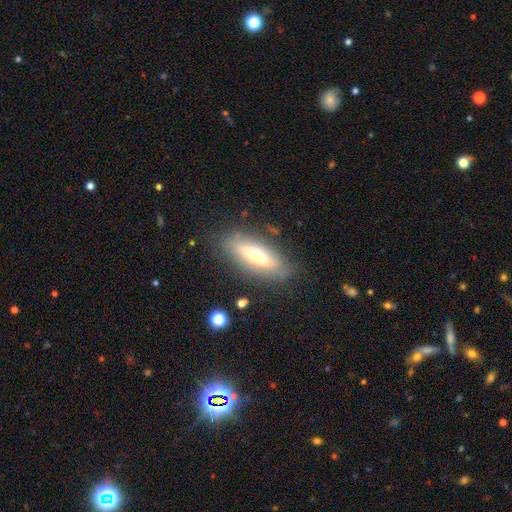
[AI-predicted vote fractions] Smooth or featured?
  - smooth: 54% *
  - featured or disk: 38%
  - star or artifact: 8%
How rounded?
  - in between: 58% *
  - cigar-shaped: 39%
  - round: 2%
Merging?
  - none: 80% *
  - minor disturbance: 14%
  - major disturbance: 4%
  - merger: 2%